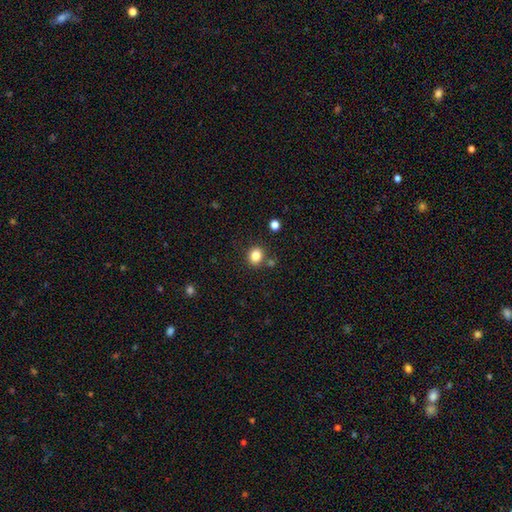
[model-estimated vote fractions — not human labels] smooth 83%, star or artifact 11%, featured or disk 5%. Down the decision tree: how rounded — round (70%); merging — none (81%).